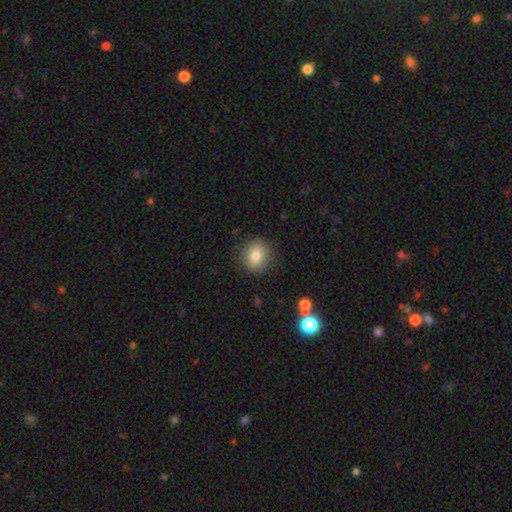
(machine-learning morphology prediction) This appears to be a smooth galaxy with no disk features (80%) that is round (70%). Merging: none (86%).